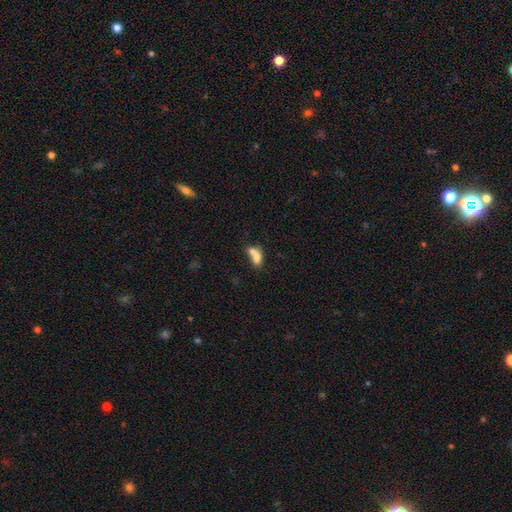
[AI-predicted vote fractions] A smooth galaxy with no disk features (71%) that is in between round and cigar-shaped (68%).

Vote fractions:
- Smooth or featured? smooth: 71% / featured or disk: 19% / star or artifact: 10%
- How rounded? in between: 68% / round: 29% / cigar-shaped: 3%
- Merging? merger: 70% / none: 20% / minor disturbance: 6% / major disturbance: 4%